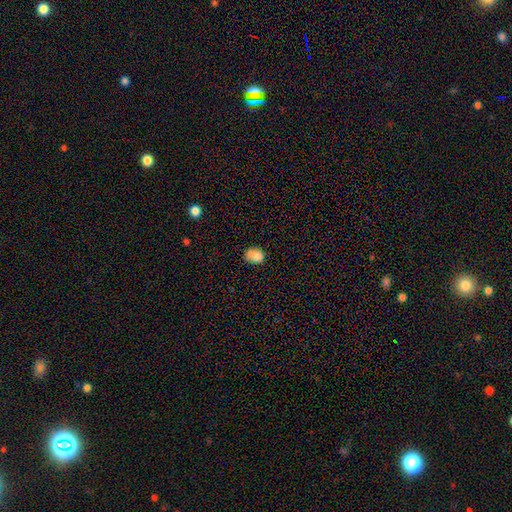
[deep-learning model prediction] Smooth or featured?
  - smooth: 77% *
  - star or artifact: 12%
  - featured or disk: 11%
How rounded?
  - in between: 65% *
  - round: 34%
  - cigar-shaped: 1%
Merging?
  - none: 58% *
  - minor disturbance: 26%
  - major disturbance: 9%
  - merger: 7%